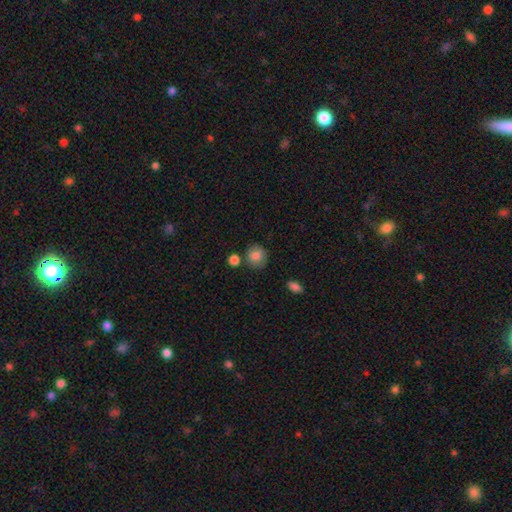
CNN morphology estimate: Smooth or featured: smooth — 83% (star or artifact — 9%)
How rounded: round — 84% (in between — 15%)
Merging: none — 78% (minor disturbance — 11%)